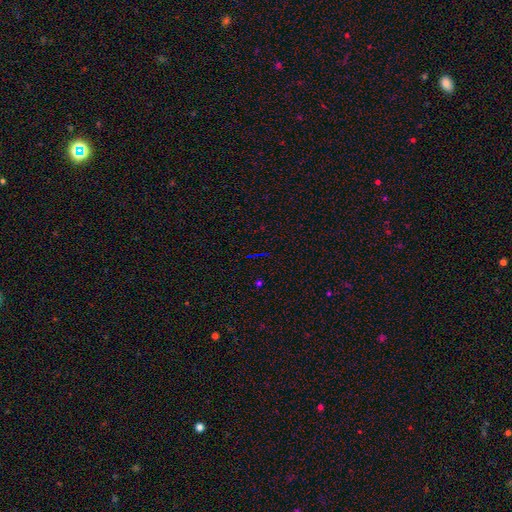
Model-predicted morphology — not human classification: smooth-or-featured: star or artifact: 74% | smooth: 15% | featured or disk: 12%